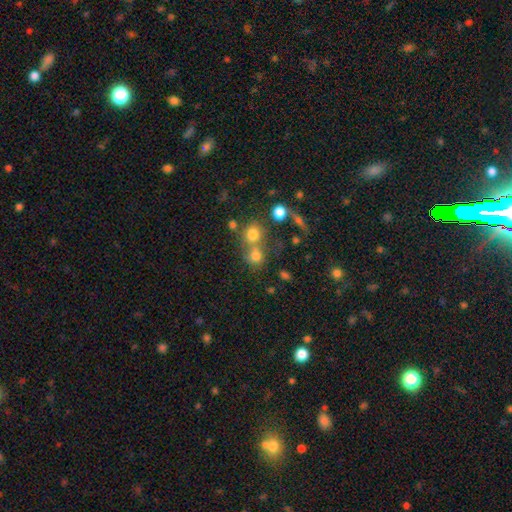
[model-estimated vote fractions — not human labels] Smooth or featured? smooth (72%)
How rounded? round (81%)
Merging? none (45%)